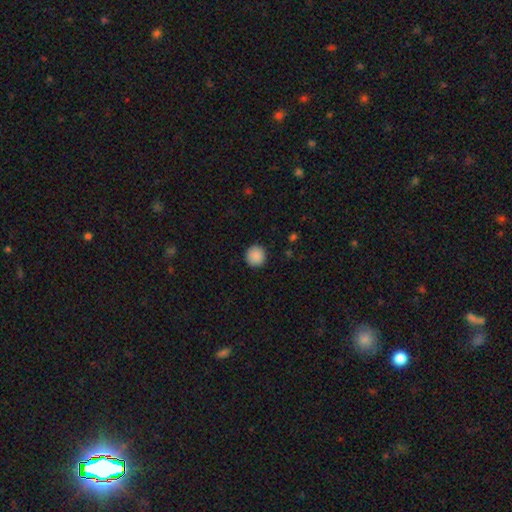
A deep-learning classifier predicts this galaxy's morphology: This appears to be a smooth galaxy with no disk features (90%) that is round (95%). Merging: none (92%).